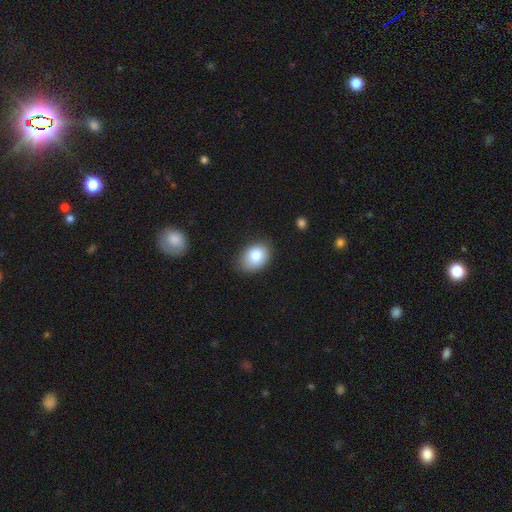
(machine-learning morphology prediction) Smooth or featured? Predicted: smooth (p=0.82). How rounded? Predicted: in between (p=0.75). Merging? Predicted: none (p=0.79).